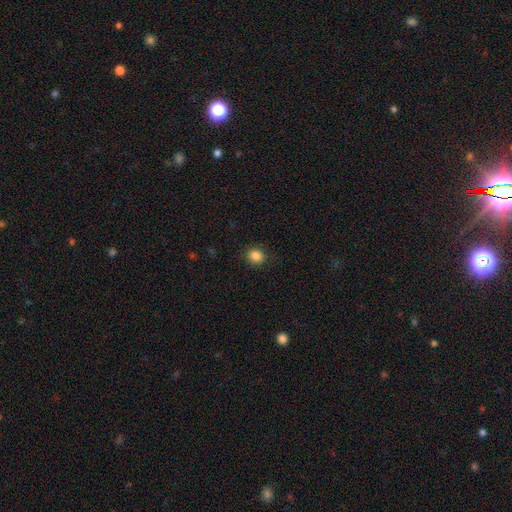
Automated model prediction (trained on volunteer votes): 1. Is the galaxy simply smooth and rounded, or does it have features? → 86% smooth, 11% star or artifact, 4% featured or disk.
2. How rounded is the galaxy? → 84% round, 16% in between, 1% cigar-shaped.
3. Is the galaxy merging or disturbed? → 88% none, 8% minor disturbance, 3% major disturbance, 1% merger.